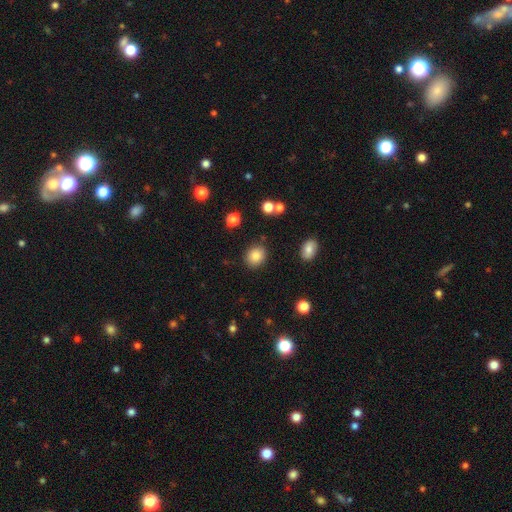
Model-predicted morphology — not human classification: A smooth galaxy with no disk features (84%) that is round (66%).

Vote fractions:
- Smooth or featured? smooth: 84% / star or artifact: 10% / featured or disk: 6%
- How rounded? round: 66% / in between: 33% / cigar-shaped: 1%
- Merging? none: 86% / minor disturbance: 9% / major disturbance: 3% / merger: 2%